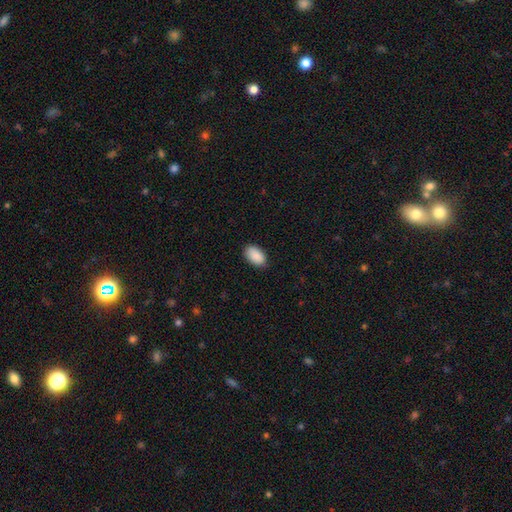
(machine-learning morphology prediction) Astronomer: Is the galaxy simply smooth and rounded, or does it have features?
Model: smooth — 91%.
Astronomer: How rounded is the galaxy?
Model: in between — 94%.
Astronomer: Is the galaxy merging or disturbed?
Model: none — 87%.